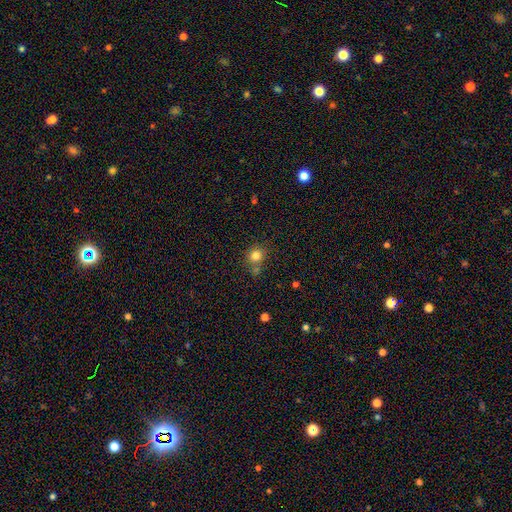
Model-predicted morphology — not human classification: smooth 81%, star or artifact 13%, featured or disk 6%. Down the decision tree: how rounded — round (87%); merging — none (68%).